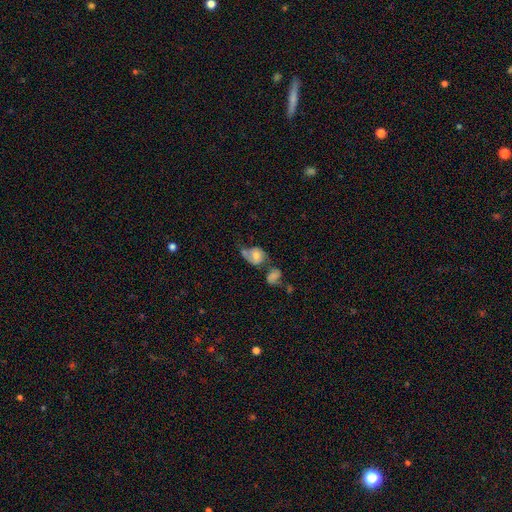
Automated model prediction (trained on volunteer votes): featured or disk 47%, smooth 43%, star or artifact 9%. Down the decision tree: merging — none (30%).